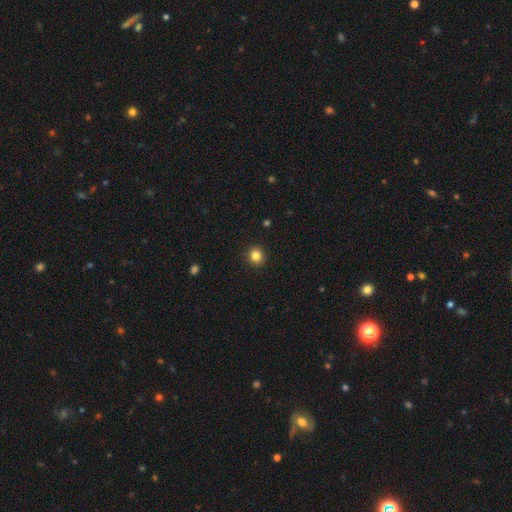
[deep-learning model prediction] smooth 84%, star or artifact 11%, featured or disk 5%. Down the decision tree: how rounded — round (87%); merging — none (92%).